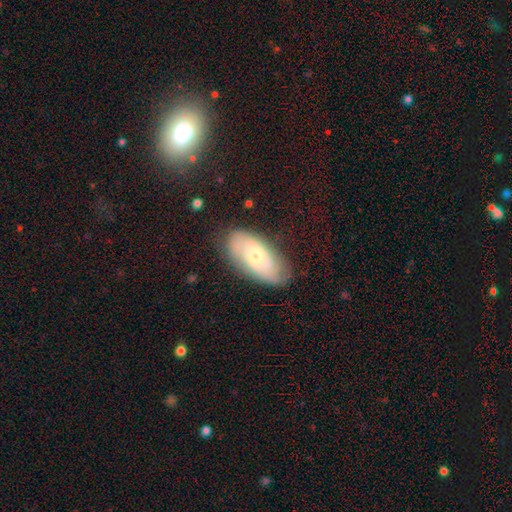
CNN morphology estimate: Q: Smooth or featured?
A: featured or disk (48%); runner-up: smooth (45%)
Q: Merging?
A: none (77%); runner-up: minor disturbance (17%)